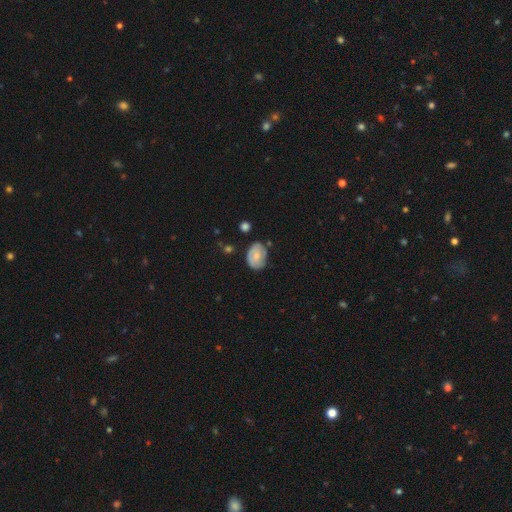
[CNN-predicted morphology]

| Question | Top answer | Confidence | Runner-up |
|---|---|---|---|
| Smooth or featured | smooth | 62% | featured or disk (31%) |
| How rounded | in between | 77% | round (22%) |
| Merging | none | 61% | minor disturbance (28%) |